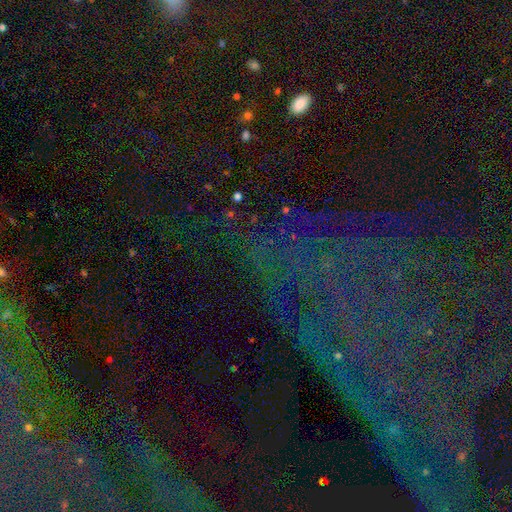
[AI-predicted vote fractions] A star or artifact, not a galaxy (68%).